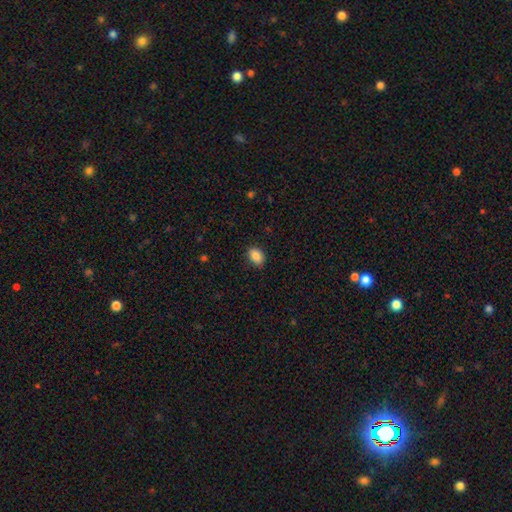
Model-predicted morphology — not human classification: Q: Smooth or featured?
A: smooth (87%); runner-up: star or artifact (8%)
Q: How rounded?
A: in between (79%); runner-up: round (20%)
Q: Merging?
A: none (87%); runner-up: minor disturbance (10%)